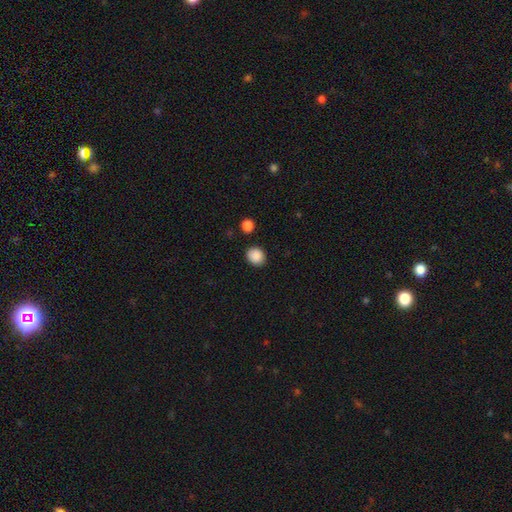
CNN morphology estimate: Smooth or featured?
  - smooth: 89% *
  - star or artifact: 9%
  - featured or disk: 3%
How rounded?
  - round: 72% *
  - in between: 27%
  - cigar-shaped: 1%
Merging?
  - none: 87% *
  - minor disturbance: 9%
  - major disturbance: 2%
  - merger: 2%